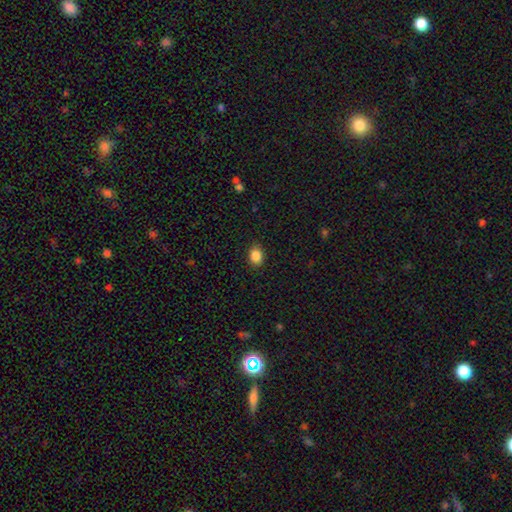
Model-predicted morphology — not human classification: This appears to be a smooth galaxy with no disk features (87%) that is in between round and cigar-shaped (65%). Merging: none (87%).